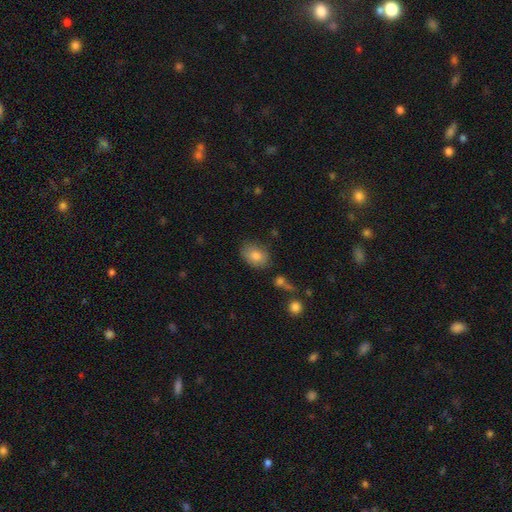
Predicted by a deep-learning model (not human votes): smooth_or_featured: smooth (p=0.82) [alt: featured or disk p=0.11]
how_rounded: in between (p=0.78) [alt: round p=0.21]
merging: none (p=0.74) [alt: minor disturbance p=0.18]